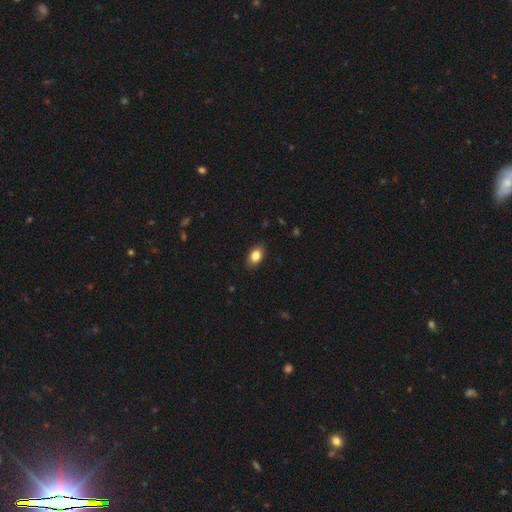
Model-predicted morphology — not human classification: This appears to be a smooth galaxy with no disk features (84%) that is in between round and cigar-shaped (86%). Merging: none (86%).